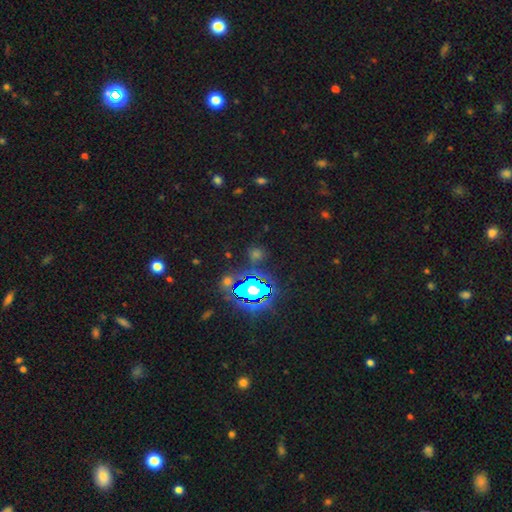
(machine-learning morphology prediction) Smooth or featured: star or artifact — 65% (smooth — 27%)